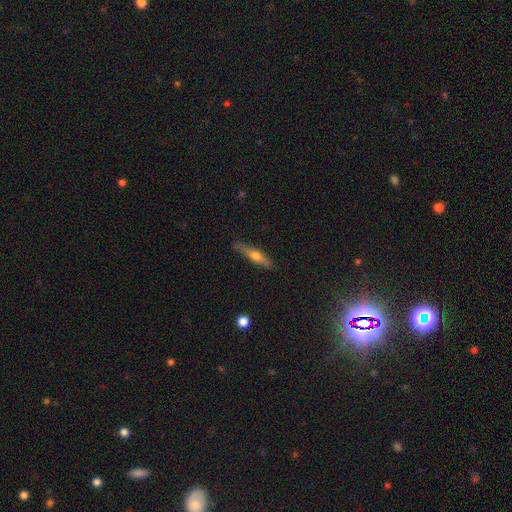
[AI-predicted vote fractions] Q: Smooth or featured?
A: featured or disk (49%); runner-up: smooth (45%)
Q: Merging?
A: none (86%); runner-up: minor disturbance (10%)